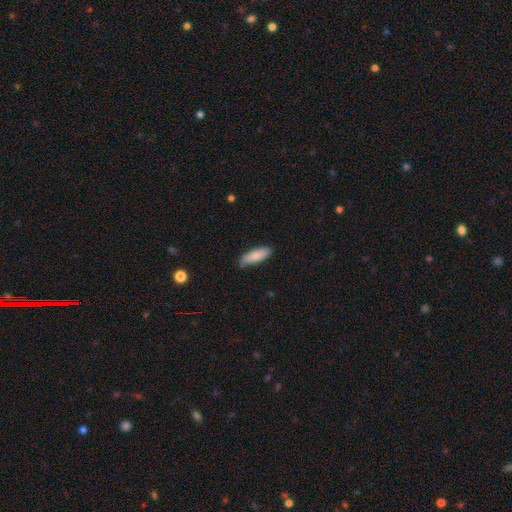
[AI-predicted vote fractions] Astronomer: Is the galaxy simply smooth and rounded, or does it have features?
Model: smooth — 81%.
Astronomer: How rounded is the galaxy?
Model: in between — 52% (runner-up: cigar-shaped, 47%).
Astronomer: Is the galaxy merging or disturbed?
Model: none — 79%.